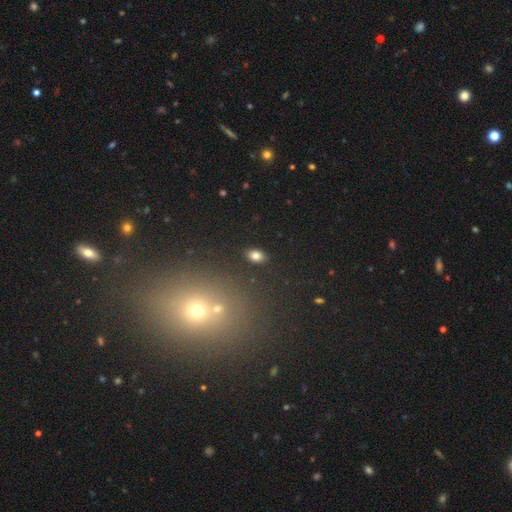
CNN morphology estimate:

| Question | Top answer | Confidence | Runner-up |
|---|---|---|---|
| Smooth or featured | smooth | 81% | star or artifact (11%) |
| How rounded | in between | 86% | round (13%) |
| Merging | none | 88% | minor disturbance (8%) |